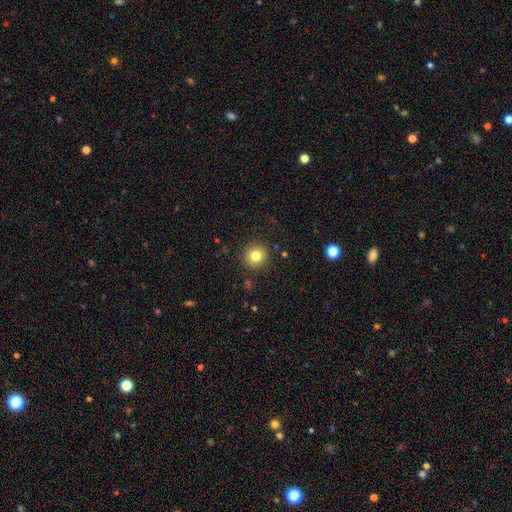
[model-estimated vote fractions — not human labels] Smooth or featured?
  - smooth: 81% *
  - star or artifact: 12%
  - featured or disk: 7%
How rounded?
  - round: 91% *
  - in between: 8%
  - cigar-shaped: 1%
Merging?
  - none: 90% *
  - minor disturbance: 6%
  - major disturbance: 2%
  - merger: 1%